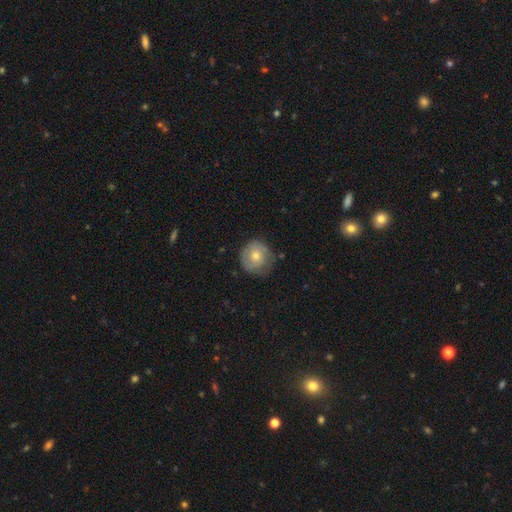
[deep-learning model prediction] Overall: smooth (57%; featured or disk 36%). How rounded: round (88%). Merging: none (69%).